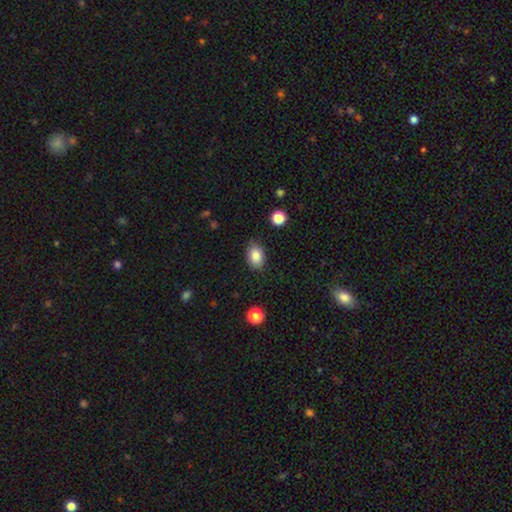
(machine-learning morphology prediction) The model was most divided on "how rounded": in between: 80%, round: 19%, cigar-shaped: 1%. More confident: smooth or featured — smooth (85%); merging — none (83%).